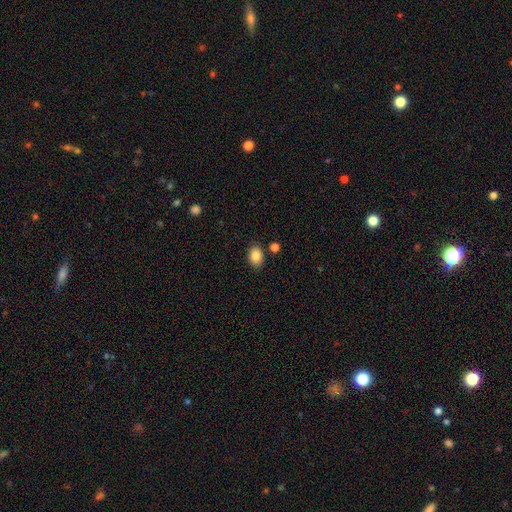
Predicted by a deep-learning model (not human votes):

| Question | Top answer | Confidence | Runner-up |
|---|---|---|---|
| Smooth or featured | smooth | 86% | star or artifact (8%) |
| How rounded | in between | 74% | round (25%) |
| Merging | none | 83% | minor disturbance (10%) |